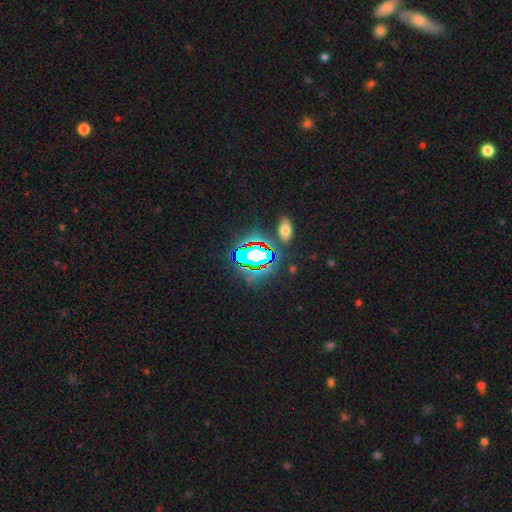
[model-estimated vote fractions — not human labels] star or artifact 66%, smooth 20%, featured or disk 14%.